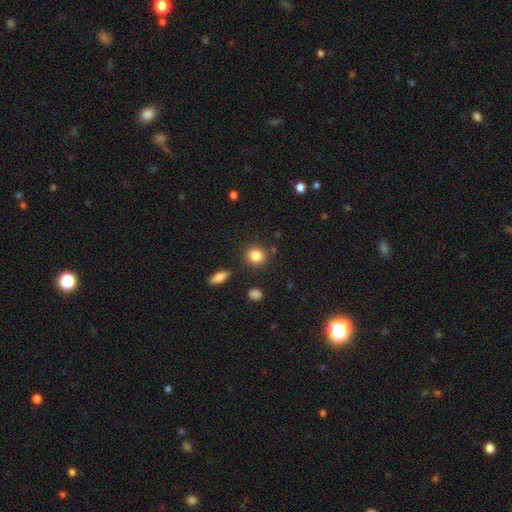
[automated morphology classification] This appears to be a smooth galaxy with no disk features (85%) that is round (86%). Merging: none (84%).